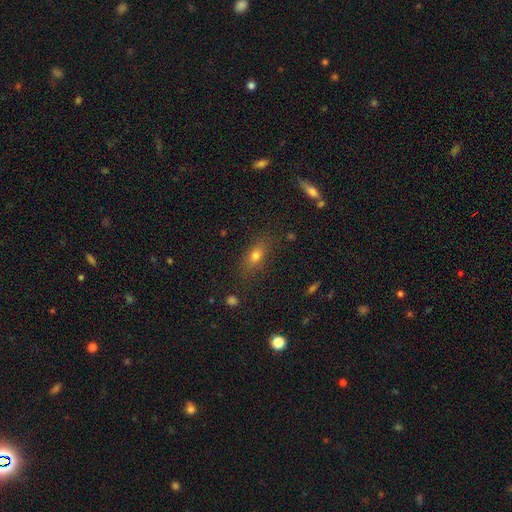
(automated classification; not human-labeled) This appears to be a smooth galaxy with no disk features (70%) that is in between round and cigar-shaped (68%). Merging: none (78%).